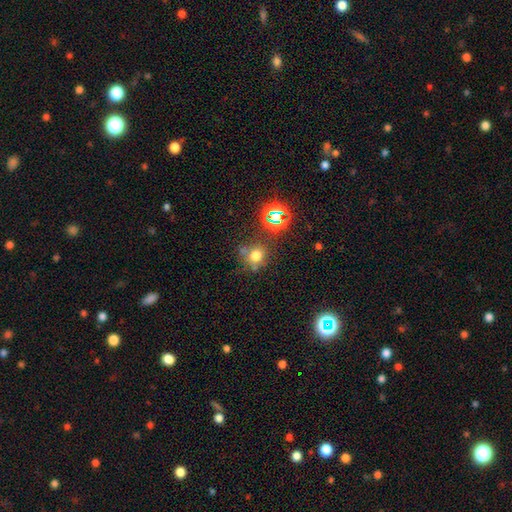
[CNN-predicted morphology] This appears to be a smooth galaxy with no disk features (65%) that is round (80%). Merging: none (65%).